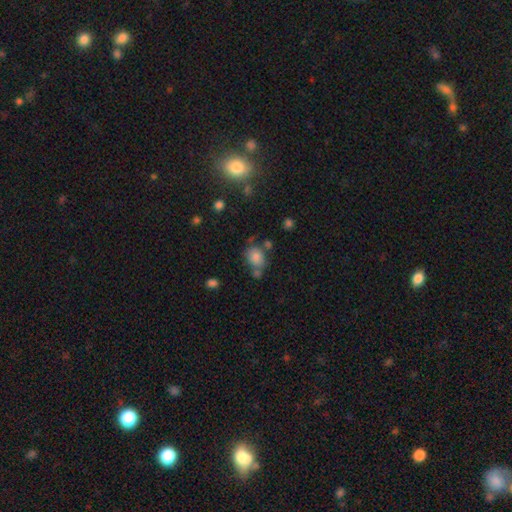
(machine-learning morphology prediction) Q: Smooth or featured?
A: smooth (79%); runner-up: star or artifact (11%)
Q: How rounded?
A: in between (56%); runner-up: round (43%)
Q: Merging?
A: none (55%); runner-up: merger (21%)